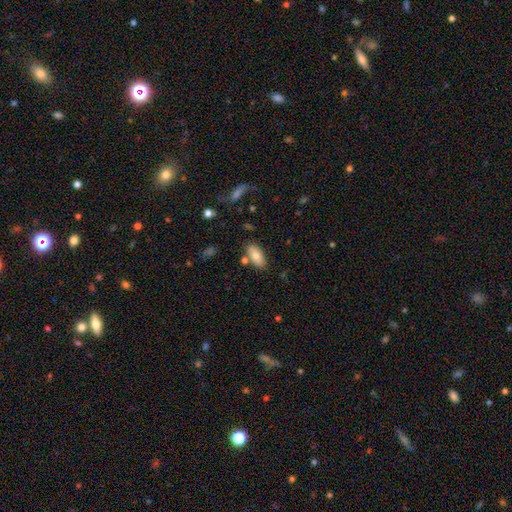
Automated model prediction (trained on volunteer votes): Smooth or featured? smooth (78%)
How rounded? in between (90%)
Merging? none (76%)